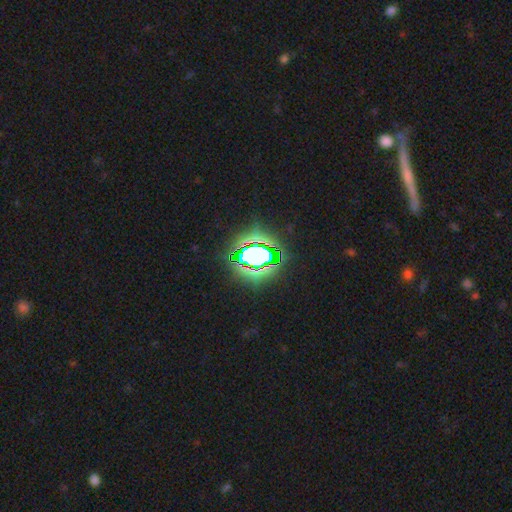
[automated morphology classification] This is likely a star or artifact rather than a galaxy (69%).